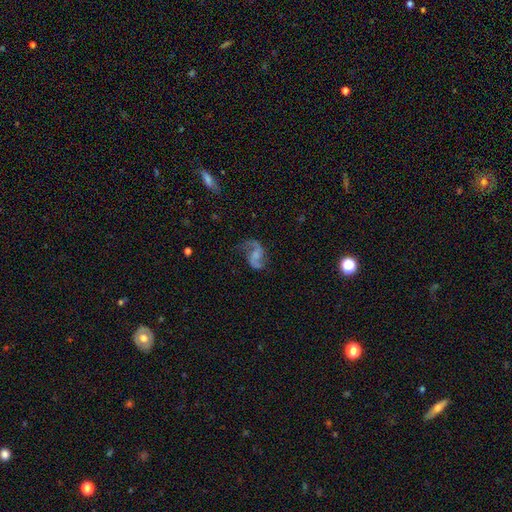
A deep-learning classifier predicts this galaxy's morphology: smooth_or_featured: featured or disk (p=0.84) [alt: smooth p=0.09]
disk_edge_on: no (p=0.98) [alt: yes p=0.02]
bar: no (p=0.45) [alt: weak p=0.43]
has_spiral_arms: yes (p=0.95) [alt: no p=0.05]
spiral_winding: loose (p=0.67) [alt: medium p=0.27]
spiral_arm_count: 2 (p=0.90) [alt: 1 p=0.05]
bulge_size: none (p=0.49) [alt: small p=0.24]
merging: none (p=0.64) [alt: minor disturbance p=0.18]